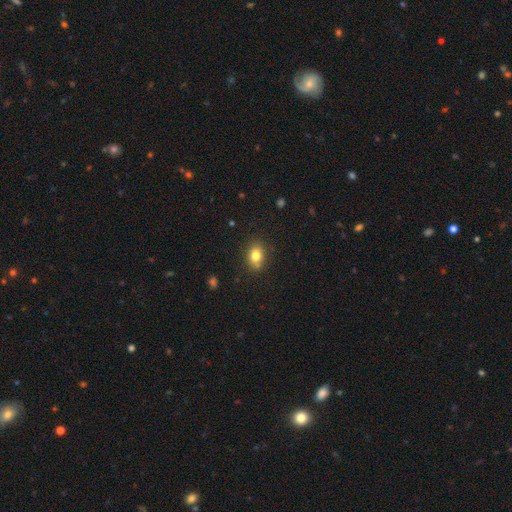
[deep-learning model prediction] Morphology: type=smooth (80%); roundness=in between (62%); merging=none (79%).